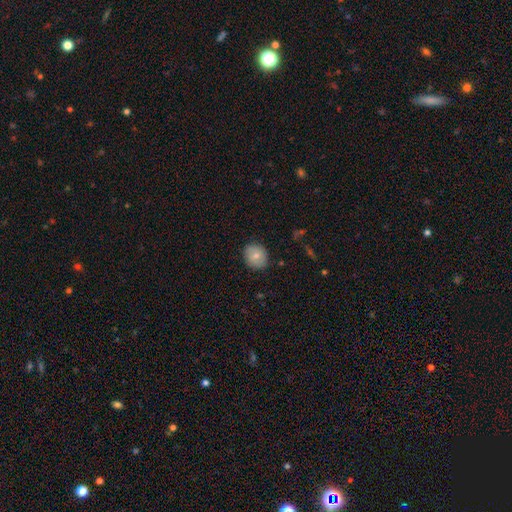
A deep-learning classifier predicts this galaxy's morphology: This appears to be a smooth galaxy with no disk features (72%) that is round (72%). Merging: none (85%).